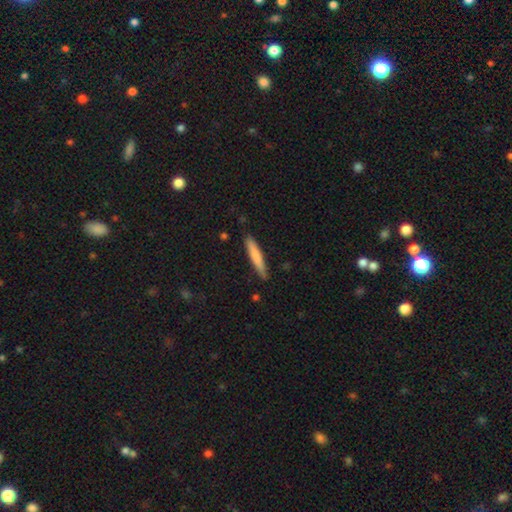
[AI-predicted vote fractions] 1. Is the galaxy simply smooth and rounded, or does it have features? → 73% smooth, 21% featured or disk, 5% star or artifact.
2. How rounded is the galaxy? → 94% cigar-shaped, 5% in between, 1% round.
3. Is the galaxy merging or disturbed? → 87% none, 10% minor disturbance, 2% major disturbance, 1% merger.